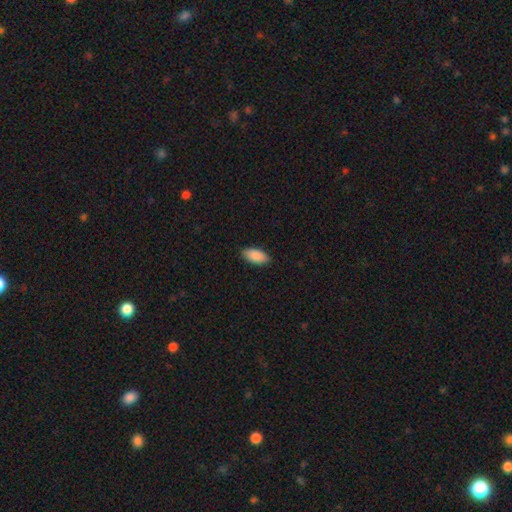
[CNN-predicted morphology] This is clearly a smooth galaxy (89%). How rounded: clearly in between (93%). Merging: clearly none (88%).